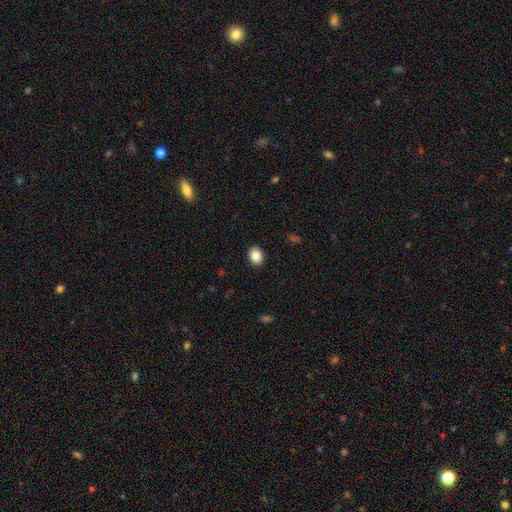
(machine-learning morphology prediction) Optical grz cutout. It shows a smooth galaxy with no disk features (86%) that is in between round and cigar-shaped (59%). Merging: none (91%).